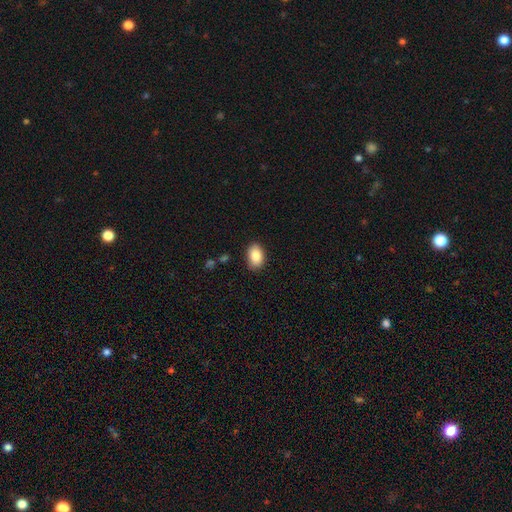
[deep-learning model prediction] A smooth galaxy with no disk features (88%) that is in between round and cigar-shaped (89%). Merging: none (88%).